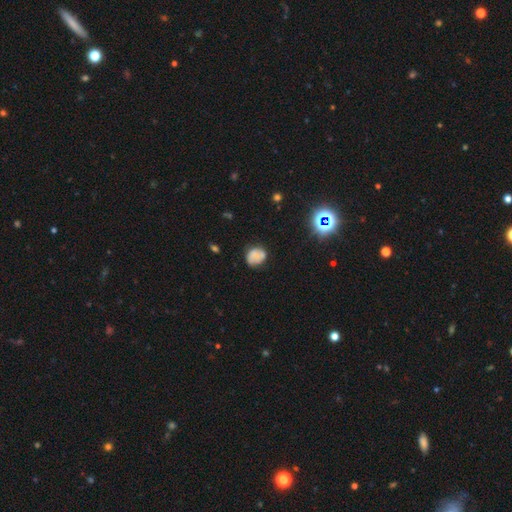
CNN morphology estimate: Smooth or featured? Predicted: smooth (p=0.60). How rounded? Predicted: round (p=0.63). Merging? Predicted: none (p=0.66).